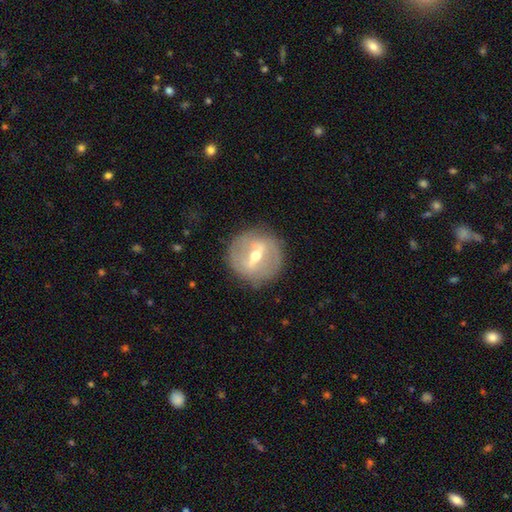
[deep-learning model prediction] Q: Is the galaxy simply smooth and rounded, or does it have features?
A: featured or disk — 74%.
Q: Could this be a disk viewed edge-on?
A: no — 83%.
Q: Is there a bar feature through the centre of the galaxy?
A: strong — 60%.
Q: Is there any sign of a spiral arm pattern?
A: no — 58%.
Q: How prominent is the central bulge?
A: moderate — 64%.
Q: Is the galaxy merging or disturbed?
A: none — 82%.